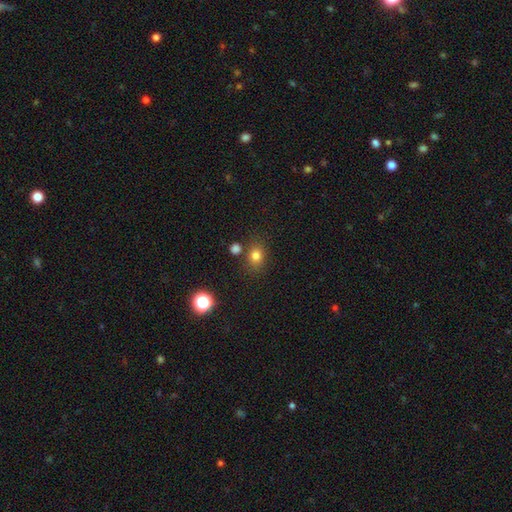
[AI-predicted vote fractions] smooth_or_featured: smooth (p=0.78) [alt: star or artifact p=0.15]
how_rounded: round (p=0.57) [alt: in between p=0.42]
merging: none (p=0.73) [alt: minor disturbance p=0.13]